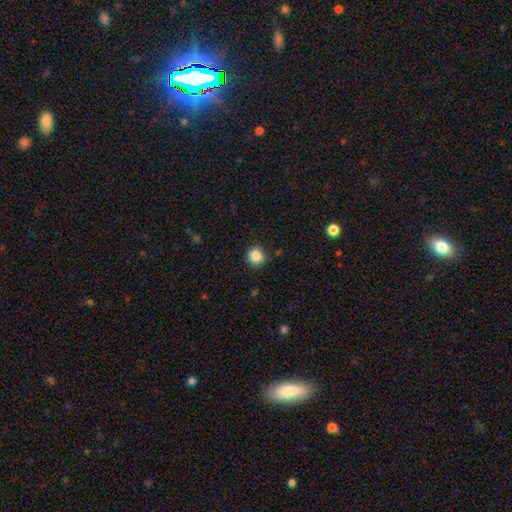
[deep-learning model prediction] Smooth or featured? Predicted: smooth (p=0.85). How rounded? Predicted: round (p=0.88). Merging? Predicted: none (p=0.75).